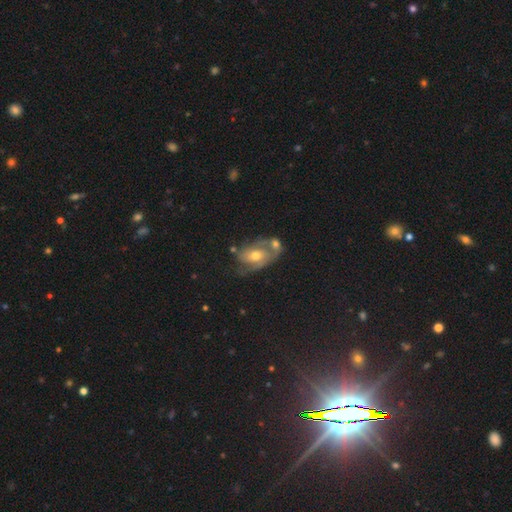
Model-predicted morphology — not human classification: Overall: featured or disk (66%). Edge-on disk: no (95%). Bar: no (68%). Spiral arms: yes (72%). Bulge size: moderate (68%). Merging: none (34%; merger 29%).